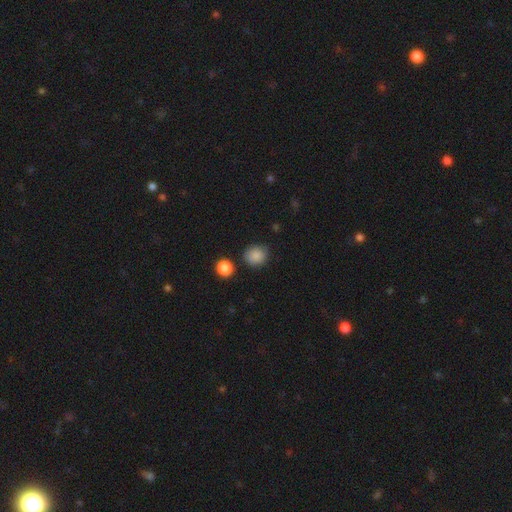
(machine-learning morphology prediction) The model was most divided on "merging": none: 80%, minor disturbance: 13%, merger: 3%, major disturbance: 3%. More confident: smooth or featured — smooth (87%); how rounded — round (83%).